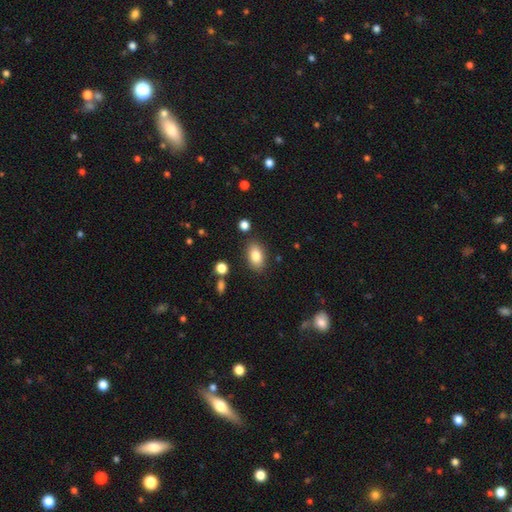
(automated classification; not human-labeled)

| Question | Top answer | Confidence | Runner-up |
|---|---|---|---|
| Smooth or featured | smooth | 82% | featured or disk (9%) |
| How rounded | in between | 87% | round (11%) |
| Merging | none | 84% | minor disturbance (10%) |